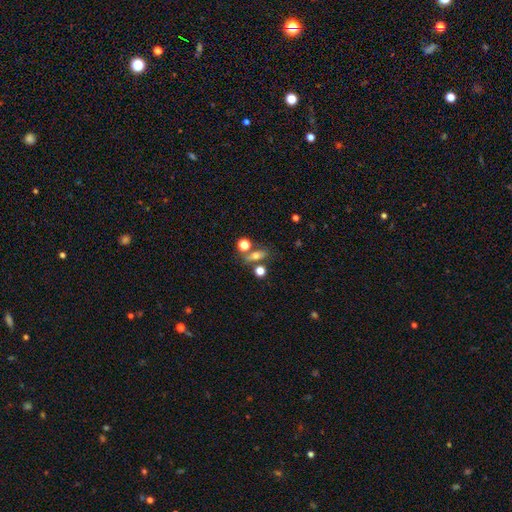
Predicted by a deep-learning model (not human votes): smooth 58%, featured or disk 24%, star or artifact 17%. Down the decision tree: how rounded — in between (61%); merging — none (61%).